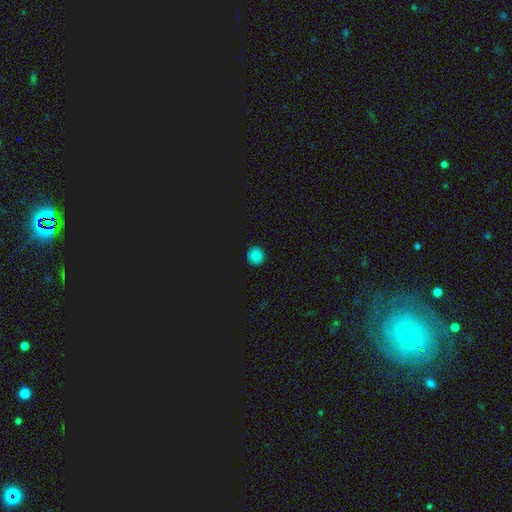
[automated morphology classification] This is clearly a smooth galaxy (80%). How rounded: clearly round (94%). Merging: clearly none (92%).